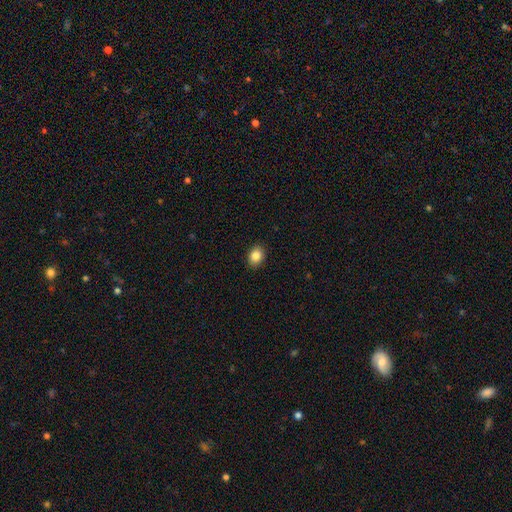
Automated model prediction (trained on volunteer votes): Smooth or featured? Predicted: smooth (p=0.86). How rounded? Predicted: in between (p=0.61). Merging? Predicted: none (p=0.89).